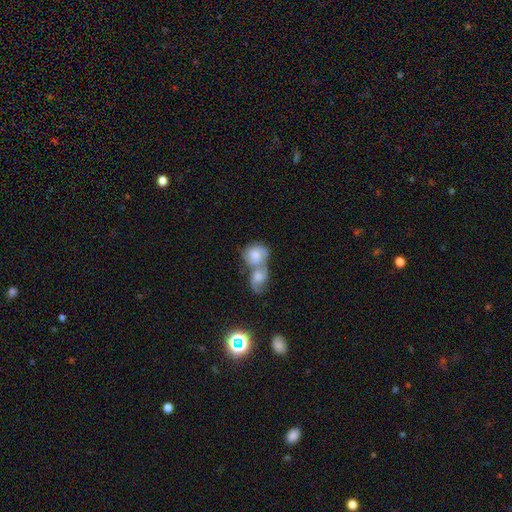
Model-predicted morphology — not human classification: A featured or disk galaxy (47%).

Vote fractions:
- Smooth or featured? featured or disk: 47% / smooth: 45% / star or artifact: 7%
- Merging? merger: 77% / none: 14% / minor disturbance: 5% / major disturbance: 4%